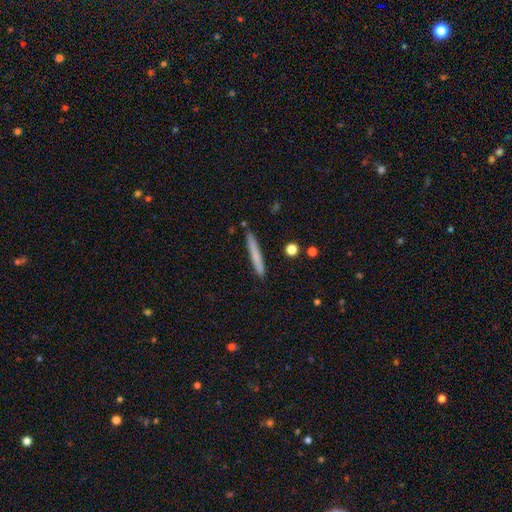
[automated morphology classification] Q: Smooth or featured?
A: smooth (72%); runner-up: featured or disk (22%)
Q: How rounded?
A: cigar-shaped (96%); runner-up: in between (2%)
Q: Merging?
A: none (88%); runner-up: minor disturbance (8%)